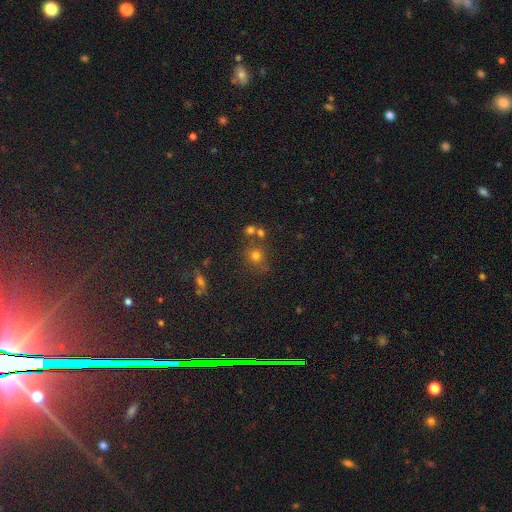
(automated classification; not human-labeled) Morphology: type=smooth (66%); roundness=round (85%); merging=none (65%).